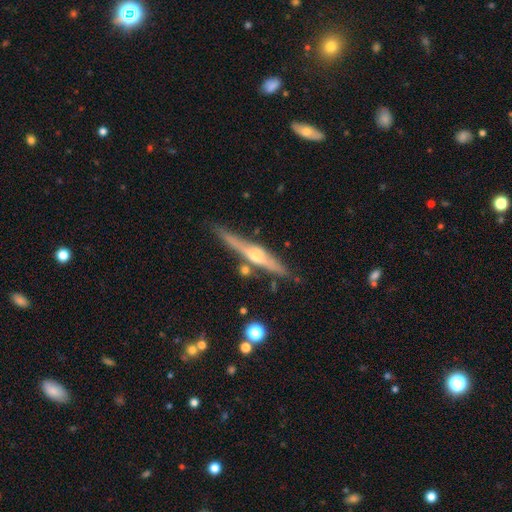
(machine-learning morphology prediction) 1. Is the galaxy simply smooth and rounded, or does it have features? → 72% featured or disk, 21% smooth, 6% star or artifact.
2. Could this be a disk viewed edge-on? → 96% yes, 4% no.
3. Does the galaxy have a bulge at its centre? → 80% rounded, 11% none, 9% boxy.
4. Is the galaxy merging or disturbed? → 80% none, 12% minor disturbance, 5% merger, 3% major disturbance.